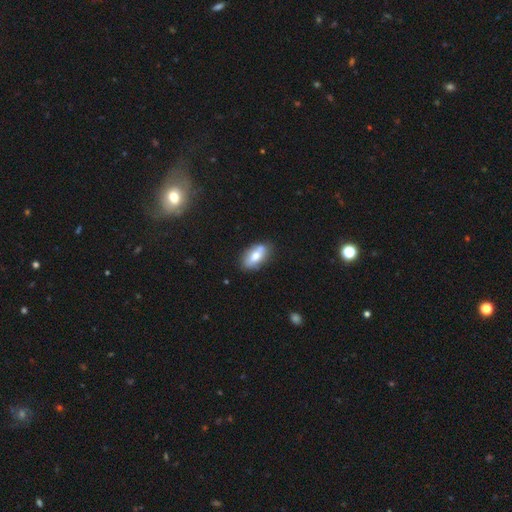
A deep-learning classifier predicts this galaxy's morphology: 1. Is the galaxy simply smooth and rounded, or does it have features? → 65% smooth, 28% featured or disk, 7% star or artifact.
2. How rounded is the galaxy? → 86% in between, 10% cigar-shaped, 4% round.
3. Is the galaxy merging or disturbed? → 75% none, 16% minor disturbance, 6% merger, 3% major disturbance.